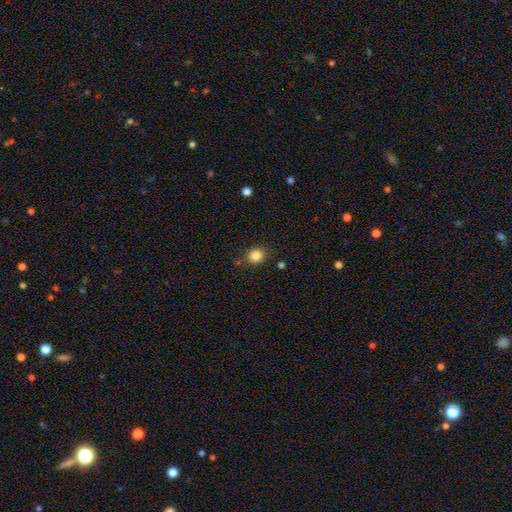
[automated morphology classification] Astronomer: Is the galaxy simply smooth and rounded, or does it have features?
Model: smooth — 84%.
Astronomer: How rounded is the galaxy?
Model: round — 80%.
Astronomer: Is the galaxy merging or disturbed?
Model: none — 84%.